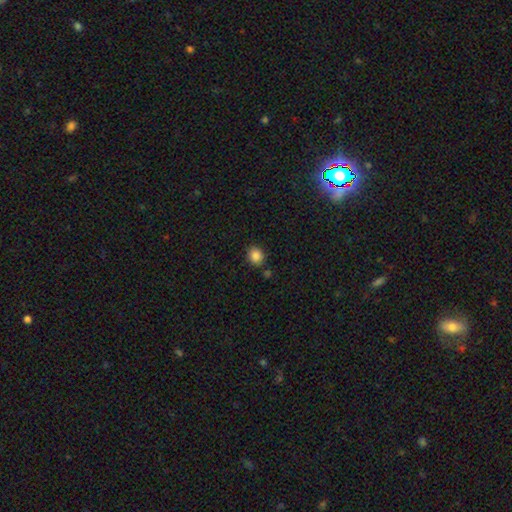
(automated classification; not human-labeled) Smooth or featured? smooth (86%)
How rounded? round (74%)
Merging? none (83%)